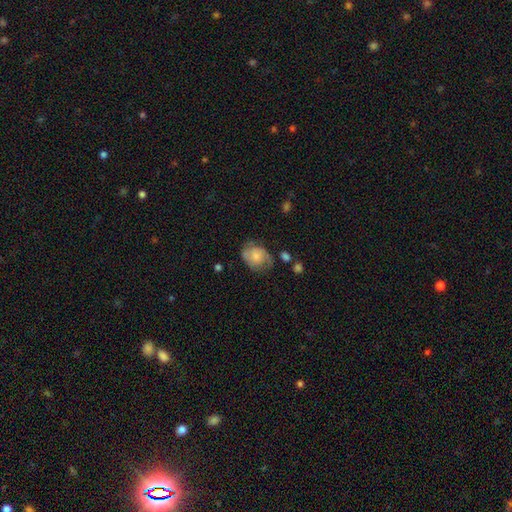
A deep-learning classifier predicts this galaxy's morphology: smooth-or-featured: smooth: 57% | featured or disk: 36% | star or artifact: 8%
  how-rounded: in between: 62% | round: 37% | cigar-shaped: 1%
  merging: none: 54% | minor disturbance: 29% | major disturbance: 14% | merger: 3%